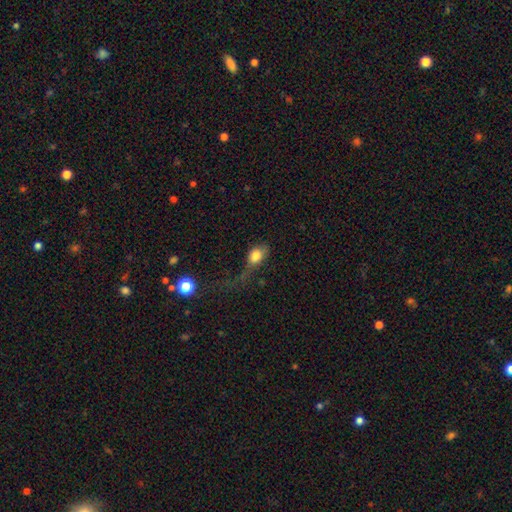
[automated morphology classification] Smooth or featured?
  - smooth: 76% *
  - featured or disk: 14%
  - star or artifact: 9%
How rounded?
  - in between: 70% *
  - round: 25%
  - cigar-shaped: 5%
Merging?
  - major disturbance: 49% *
  - none: 23%
  - minor disturbance: 23%
  - merger: 5%